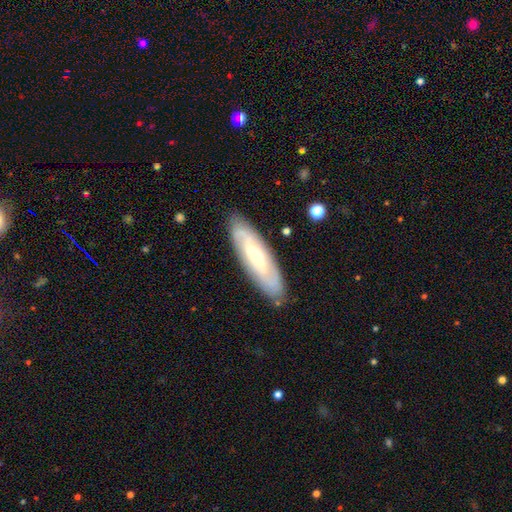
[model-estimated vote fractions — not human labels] The model was most divided on "smooth or featured": featured or disk: 63%, smooth: 31%, star or artifact: 6%. More confident: merging — none (85%); edge-on disk — no (73%).